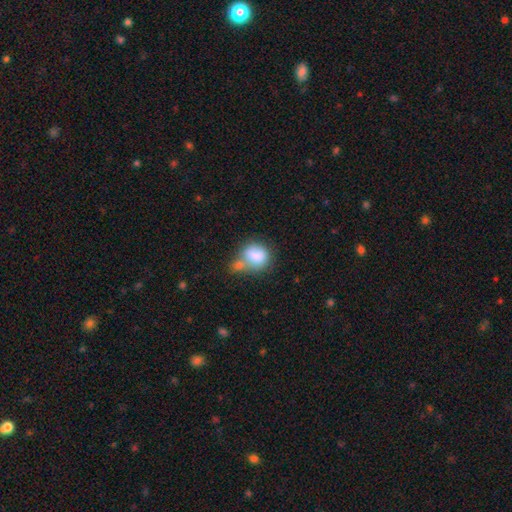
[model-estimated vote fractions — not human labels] This is clearly a smooth galaxy (81%). How rounded: possibly round (57%). Merging: marginally merger (44%).